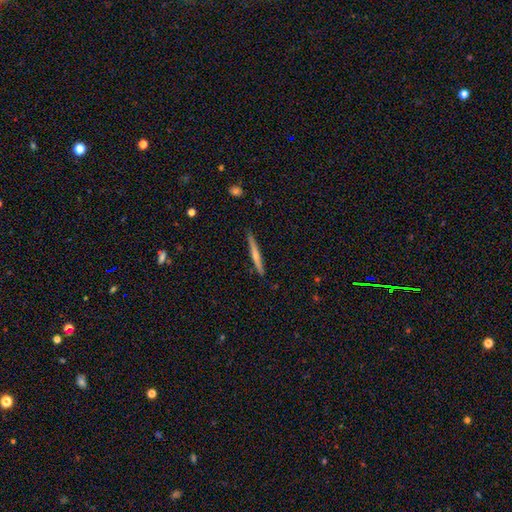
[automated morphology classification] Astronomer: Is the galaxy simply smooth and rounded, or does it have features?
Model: featured or disk — 50% (runner-up: smooth, 44%).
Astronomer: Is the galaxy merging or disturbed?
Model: none — 87%.